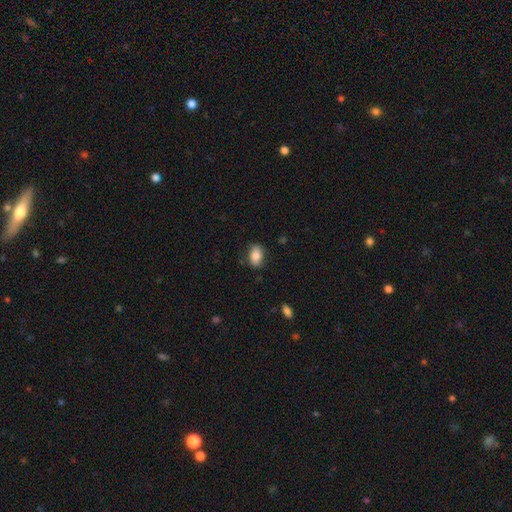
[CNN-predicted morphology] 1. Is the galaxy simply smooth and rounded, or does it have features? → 83% smooth, 9% featured or disk, 8% star or artifact.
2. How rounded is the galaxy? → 87% in between, 11% round, 2% cigar-shaped.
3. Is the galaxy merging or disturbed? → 80% none, 15% minor disturbance, 3% major disturbance, 1% merger.